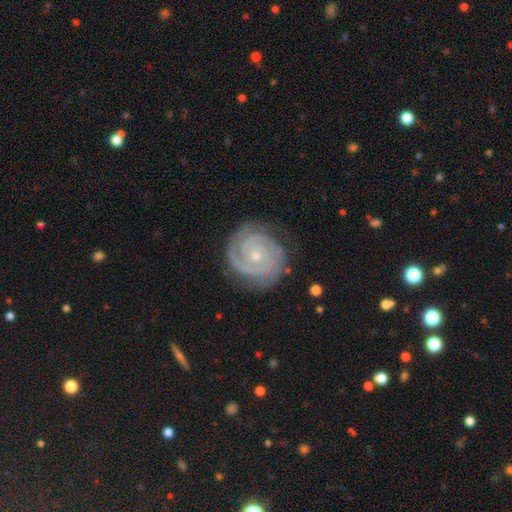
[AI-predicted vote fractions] This appears to be a featured or disk galaxy (91%) with no bar (73%), 2 (67%) tight (82%) spiral arms (98%) and a small central bulge (64%). Merging: none (82%).